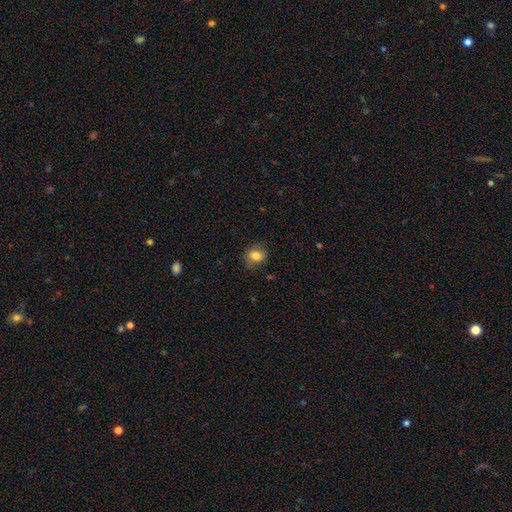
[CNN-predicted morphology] A smooth galaxy with no disk features (81%) that is round (51%).

Vote fractions:
- Smooth or featured? smooth: 81% / star or artifact: 9% / featured or disk: 9%
- How rounded? round: 51% / in between: 48% / cigar-shaped: 1%
- Merging? none: 79% / minor disturbance: 16% / major disturbance: 4% / merger: 1%